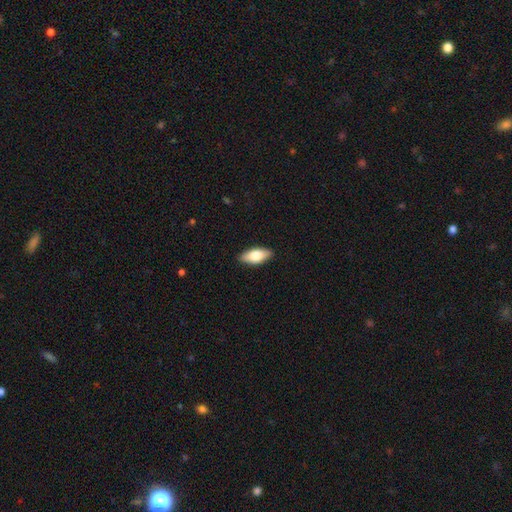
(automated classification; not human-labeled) Morphology: type=smooth (75%); roundness=in between (83%); merging=none (89%).